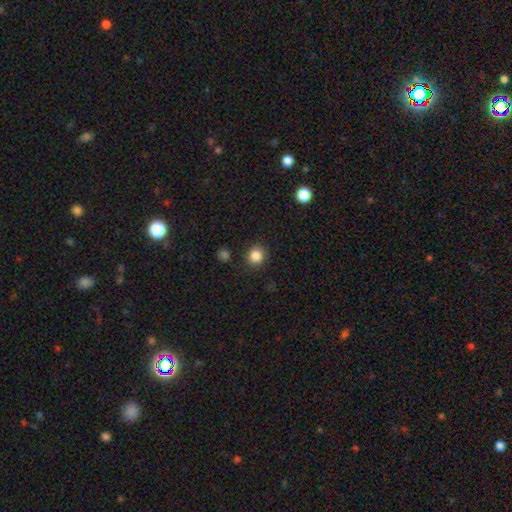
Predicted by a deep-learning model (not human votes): This is clearly a smooth galaxy (85%). How rounded: clearly round (89%). Merging: clearly none (89%).